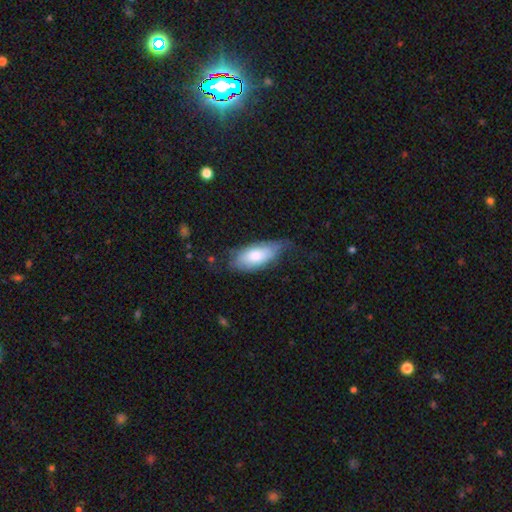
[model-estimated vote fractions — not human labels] Overall: smooth (70%). How rounded: in between (88%). Merging: none (46%; minor disturbance 36%).